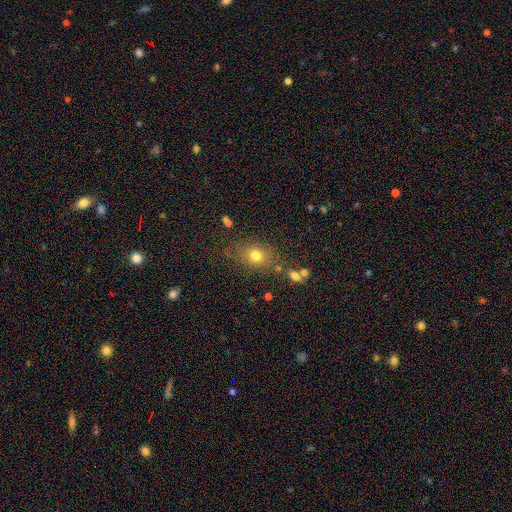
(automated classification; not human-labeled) The model was most divided on "how rounded": in between: 50%, round: 48%, cigar-shaped: 2%. More confident: merging — none (75%); smooth or featured — smooth (74%).